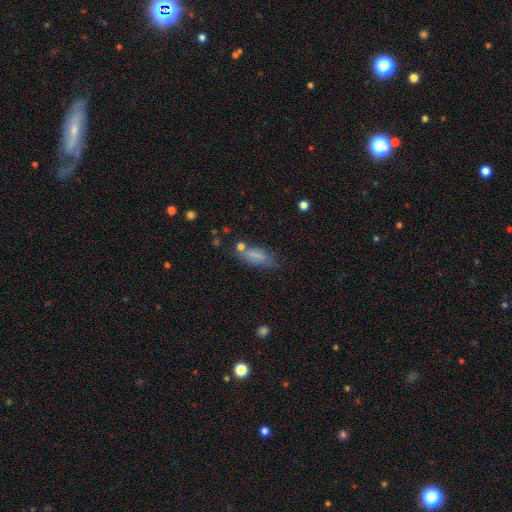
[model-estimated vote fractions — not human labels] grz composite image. It shows a smooth galaxy with no disk features (74%) that is in between round and cigar-shaped (70%). Merging: none (55%).